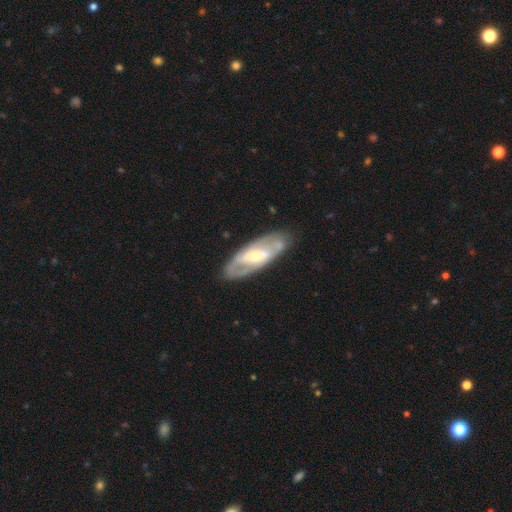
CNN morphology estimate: This is likely a featured or disk galaxy (74%). It is clearly not viewed edge-on (86%). Bar: marginally strong (35%). Spiral arm pattern: likely yes (63%). Central bulge: possibly small (48%). Merging: likely none (78%).